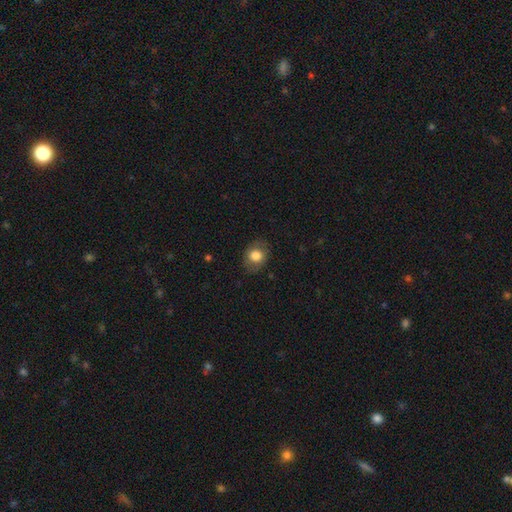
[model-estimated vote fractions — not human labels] Smooth or featured: smooth — 78% (featured or disk — 14%)
How rounded: round — 52% (in between — 47%)
Merging: none — 82% (minor disturbance — 13%)